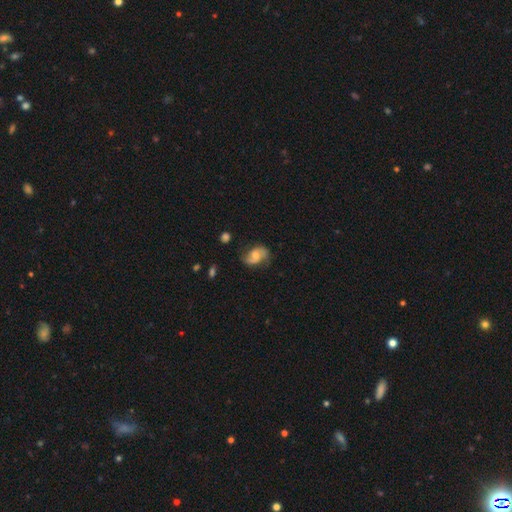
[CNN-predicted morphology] The model was most divided on "bulge size": moderate: 48%, small: 30%, large: 11%, none: 10%, dominant: 2%. More confident: edge-on disk — no (96%); spiral arms — yes (88%); merging — none (62%); smooth or featured — featured or disk (58%); bar — no (57%).